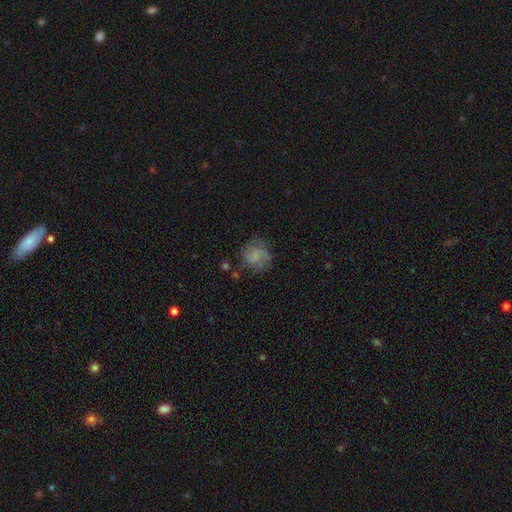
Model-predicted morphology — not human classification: Smooth or featured? Predicted: smooth (p=0.54). How rounded? Predicted: round (p=0.77). Merging? Predicted: none (p=0.61).